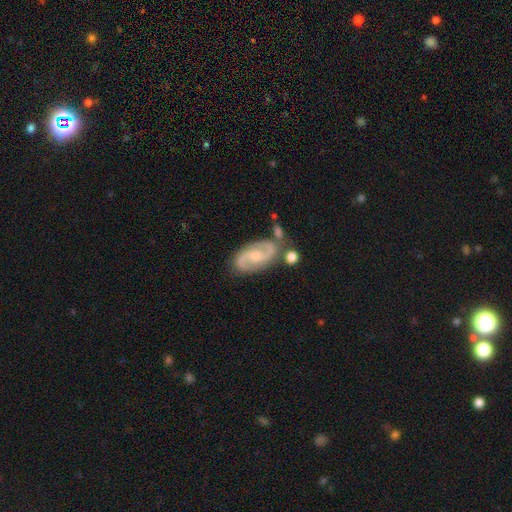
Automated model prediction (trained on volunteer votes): smooth_or_featured: featured or disk (p=0.87) [alt: smooth p=0.08]
disk_edge_on: no (p=0.97) [alt: yes p=0.03]
bar: no (p=0.44) [tied with: weak p=0.44]
has_spiral_arms: yes (p=0.97) [alt: no p=0.03]
spiral_winding: medium (p=0.55) [alt: tight p=0.26]
spiral_arm_count: 2 (p=0.92) [alt: can't tell p=0.03]
bulge_size: small (p=0.48) [alt: moderate p=0.37]
merging: none (p=0.65) [alt: minor disturbance p=0.16]